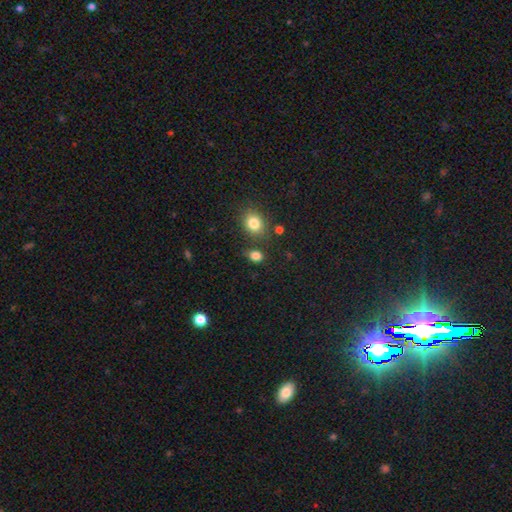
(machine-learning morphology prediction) smooth-or-featured: smooth: 82% | star or artifact: 13% | featured or disk: 5%
  how-rounded: in between: 54% | round: 44% | cigar-shaped: 2%
  merging: none: 71% | minor disturbance: 14% | merger: 10% | major disturbance: 5%